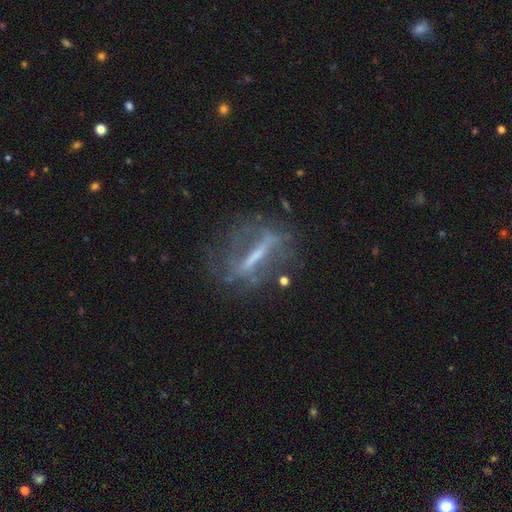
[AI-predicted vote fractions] Morphology: type=featured or disk (73%); edge-on=no (58%); merging=none (66%).